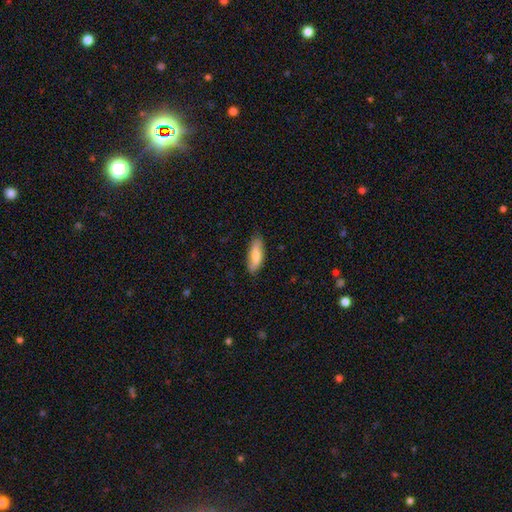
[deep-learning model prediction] The model was most divided on "how rounded": in between: 66%, cigar-shaped: 32%, round: 2%. More confident: merging — none (80%); smooth or featured — smooth (70%).